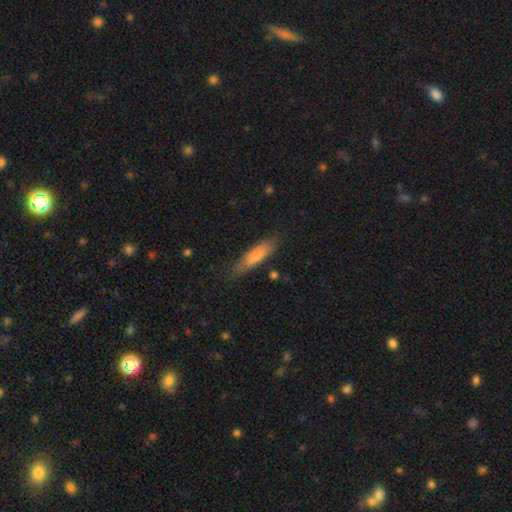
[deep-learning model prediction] Smooth or featured?
  - smooth: 74% *
  - featured or disk: 20%
  - star or artifact: 6%
How rounded?
  - cigar-shaped: 74% *
  - in between: 25%
  - round: 2%
Merging?
  - none: 80% *
  - minor disturbance: 15%
  - major disturbance: 3%
  - merger: 2%